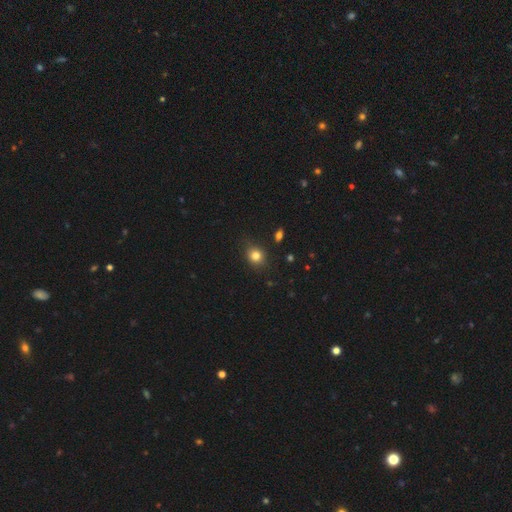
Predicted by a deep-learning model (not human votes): Smooth or featured? Predicted: smooth (p=0.81). How rounded? Predicted: round (p=0.70). Merging? Predicted: none (p=0.80).